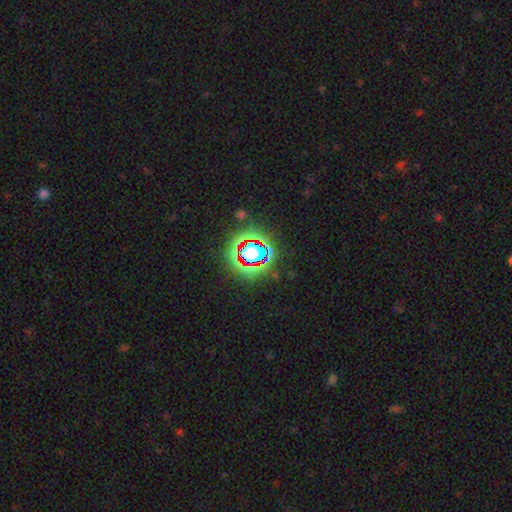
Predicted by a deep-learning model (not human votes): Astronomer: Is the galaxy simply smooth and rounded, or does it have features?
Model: star or artifact — 71%.